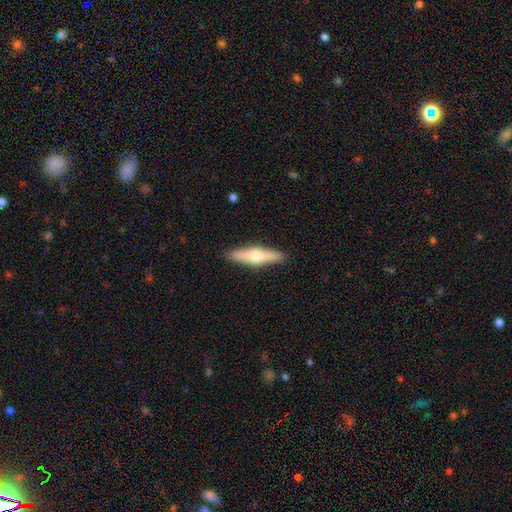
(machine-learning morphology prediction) The model was most divided on "smooth or featured": smooth: 49%, featured or disk: 45%, star or artifact: 6%. More confident: merging — none (89%).